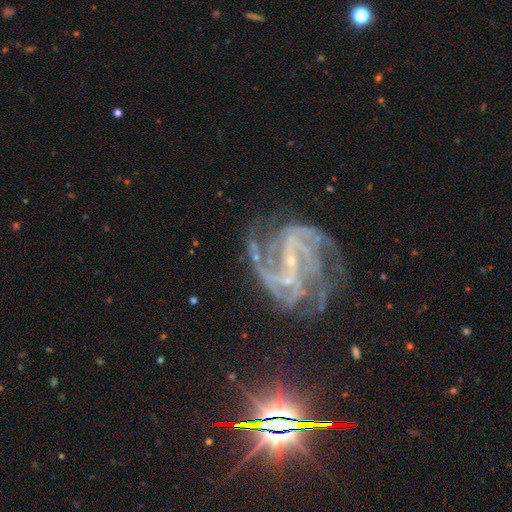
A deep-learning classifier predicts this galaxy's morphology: type=featured or disk (91%); edge-on=no (98%); bar=strong (40%); spiral arms=yes (98%); winding=medium (51%); arm count=2 (32%); bulge=small (85%); merging=none (54%).